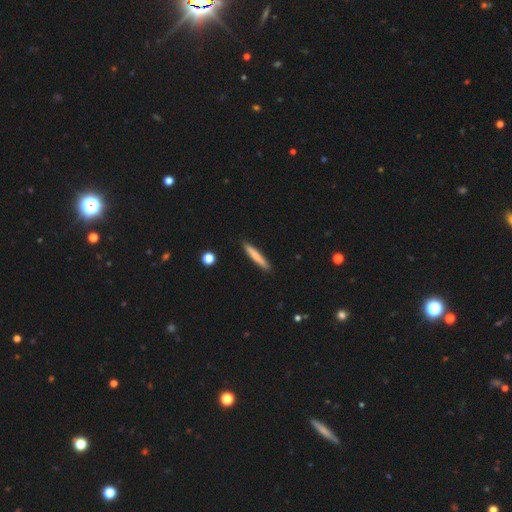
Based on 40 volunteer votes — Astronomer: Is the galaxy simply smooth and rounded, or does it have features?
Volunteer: smooth — 75%.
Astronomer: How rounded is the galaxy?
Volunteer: cigar-shaped — 97%.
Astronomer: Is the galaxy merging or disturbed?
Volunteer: none — 95%.